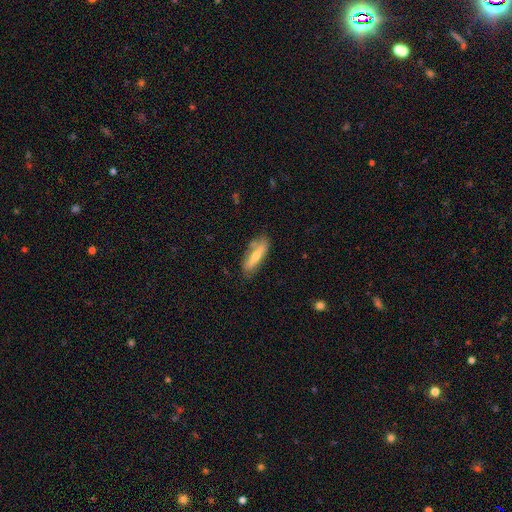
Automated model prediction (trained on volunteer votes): This is possibly a smooth galaxy (53%). How rounded: possibly cigar-shaped (58%). Merging: likely none (71%).